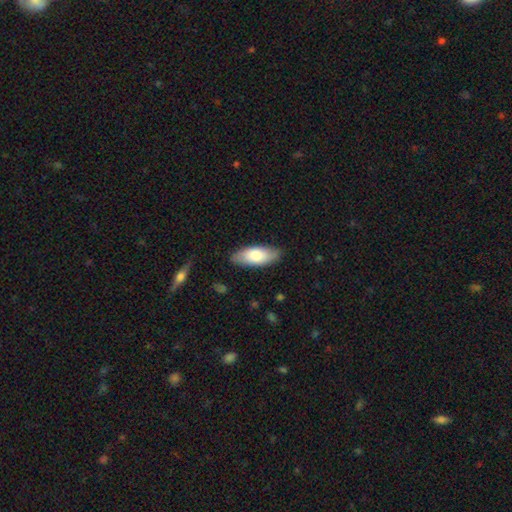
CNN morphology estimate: type=smooth (77%); roundness=in between (80%); merging=none (85%).